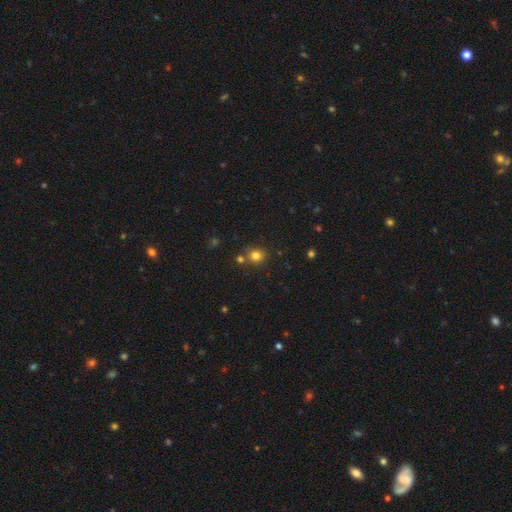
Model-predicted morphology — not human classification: Q: Smooth or featured?
A: smooth (79%); runner-up: star or artifact (15%)
Q: How rounded?
A: round (82%); runner-up: in between (17%)
Q: Merging?
A: none (75%); runner-up: merger (13%)